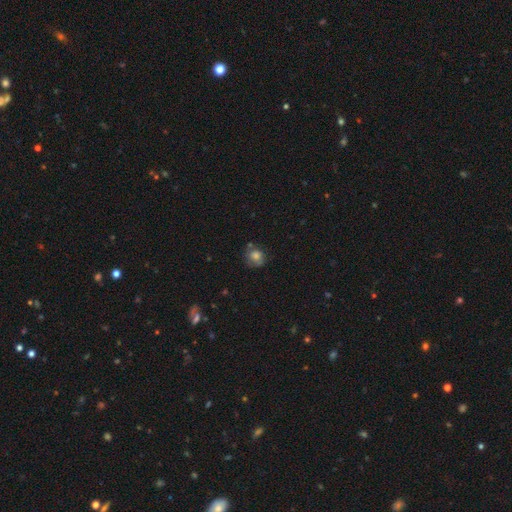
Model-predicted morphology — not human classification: Smooth or featured? Predicted: smooth (p=0.73). How rounded? Predicted: round (p=0.75). Merging? Predicted: none (p=0.60).